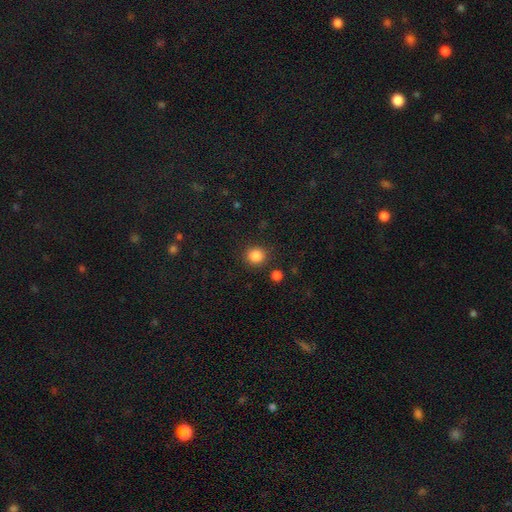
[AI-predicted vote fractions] A smooth galaxy with no disk features (85%) that is round (89%). Merging: none (88%).